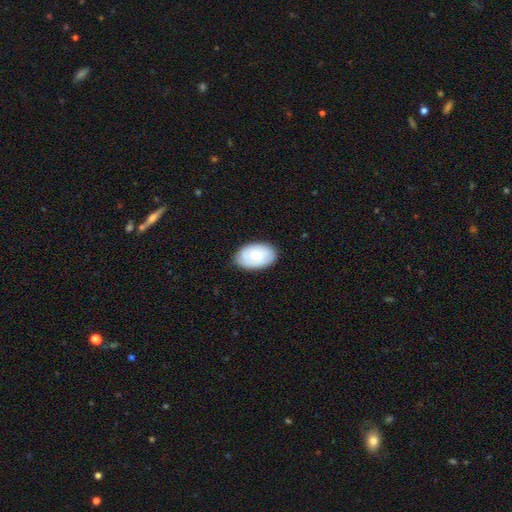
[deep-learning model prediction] Q: Smooth or featured?
A: smooth (65%); runner-up: featured or disk (29%)
Q: How rounded?
A: in between (92%); runner-up: round (7%)
Q: Merging?
A: none (80%); runner-up: minor disturbance (16%)